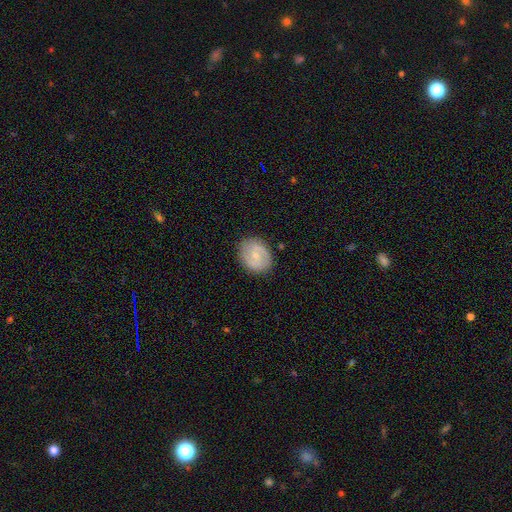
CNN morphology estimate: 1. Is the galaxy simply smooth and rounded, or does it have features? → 67% featured or disk, 27% smooth, 6% star or artifact.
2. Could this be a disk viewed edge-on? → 98% no, 2% yes.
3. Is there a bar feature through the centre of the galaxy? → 46% no, 45% weak, 9% strong.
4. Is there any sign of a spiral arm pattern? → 90% yes, 10% no.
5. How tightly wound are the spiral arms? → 45% medium, 41% tight, 13% loose.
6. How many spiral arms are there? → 85% 2, 8% can't tell, 2% 1, 2% 3, 1% 4, 1% more than 4.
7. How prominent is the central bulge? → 66% small, 27% moderate, 5% none, 1% large, 1% dominant.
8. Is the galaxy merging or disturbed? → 84% none, 11% minor disturbance, 3% major disturbance, 1% merger.